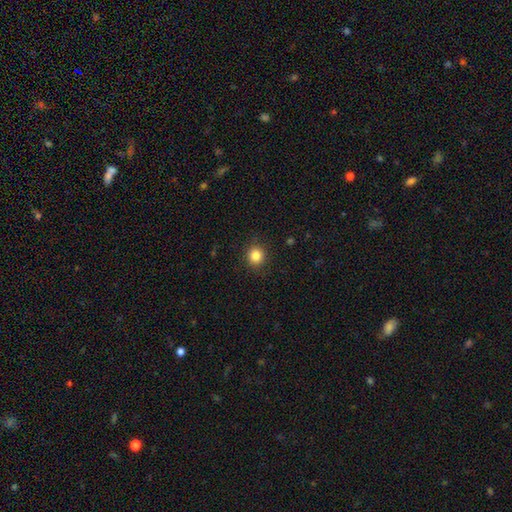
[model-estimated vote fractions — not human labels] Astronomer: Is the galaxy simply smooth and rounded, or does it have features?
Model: smooth — 84%.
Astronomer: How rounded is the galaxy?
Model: round — 90%.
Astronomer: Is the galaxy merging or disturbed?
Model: none — 90%.